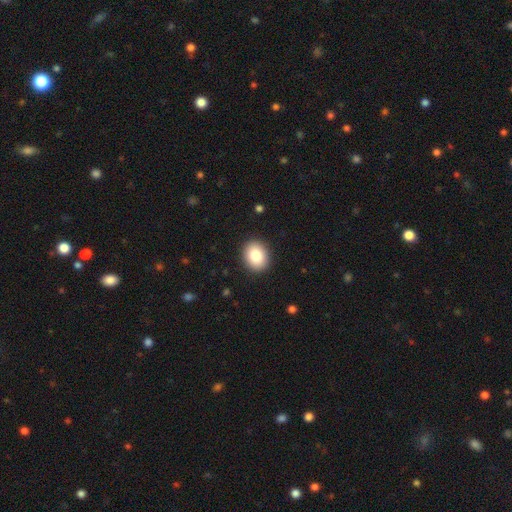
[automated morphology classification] Smooth or featured? Predicted: smooth (p=0.85). How rounded? Predicted: round (p=0.51). Merging? Predicted: none (p=0.91).